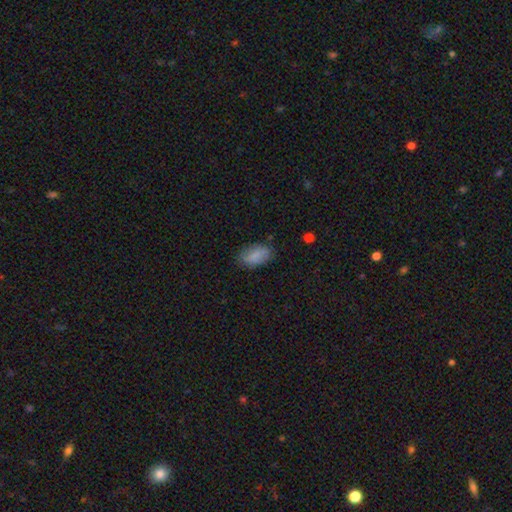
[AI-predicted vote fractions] The model was most divided on "merging": none: 78%, minor disturbance: 17%, major disturbance: 4%, merger: 1%. More confident: how rounded — in between (93%); smooth or featured — smooth (85%).